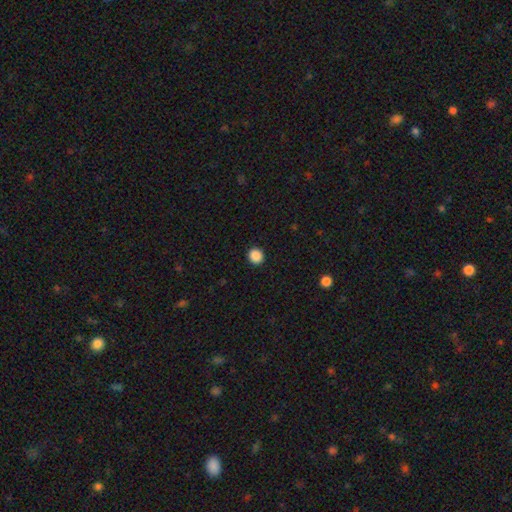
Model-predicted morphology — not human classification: A smooth galaxy with no disk features (88%) that is round (87%). Merging: none (92%).